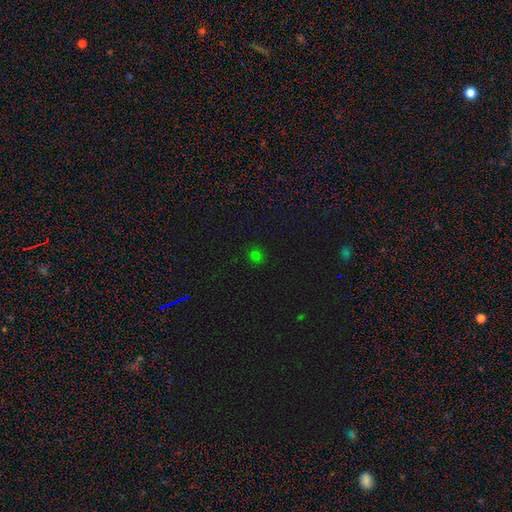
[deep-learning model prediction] Morphology: type=smooth (73%); roundness=round (87%); merging=none (89%).